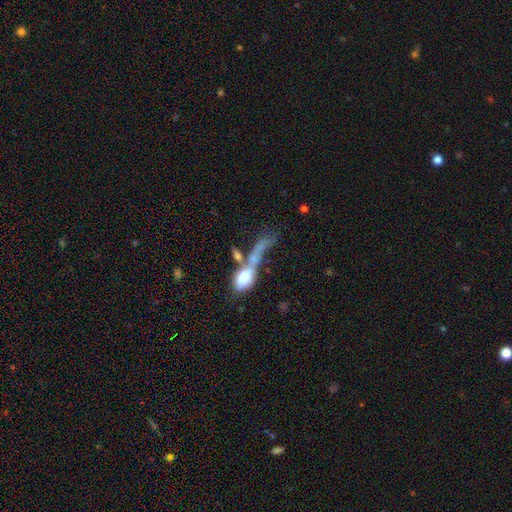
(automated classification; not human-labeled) Smooth or featured? smooth (57%)
How rounded? in between (51%)
Merging? merger (47%)